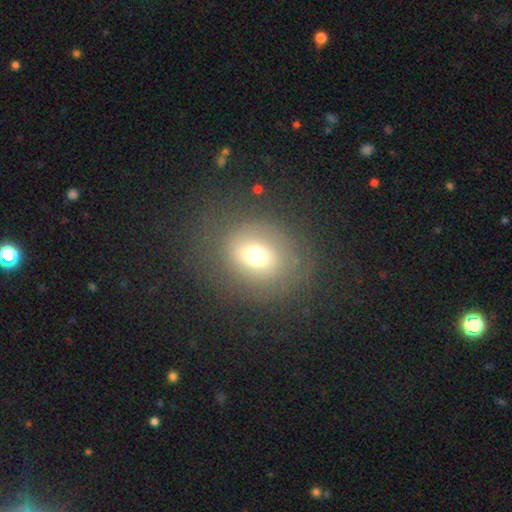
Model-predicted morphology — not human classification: This appears to be a smooth galaxy with no disk features (67%) that is round (74%). Merging: none (76%).